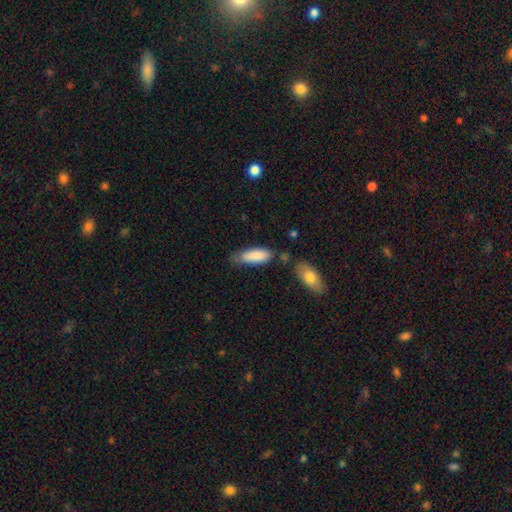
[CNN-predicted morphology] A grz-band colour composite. It shows a smooth galaxy with no disk features (87%) that is in between round and cigar-shaped (66%). Merging: none (59%).